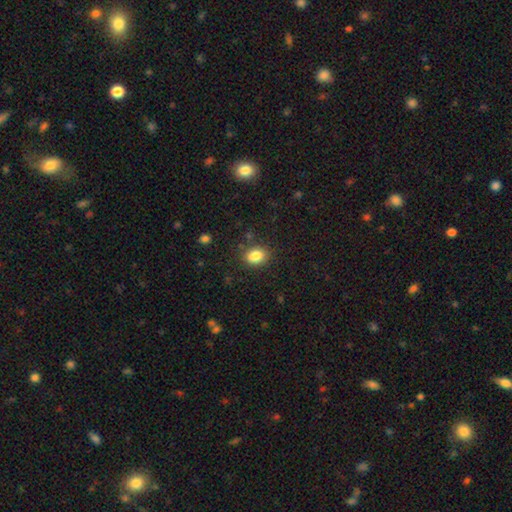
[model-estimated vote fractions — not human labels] smooth 85%, star or artifact 10%, featured or disk 5%. Down the decision tree: how rounded — in between (66%); merging — none (83%).